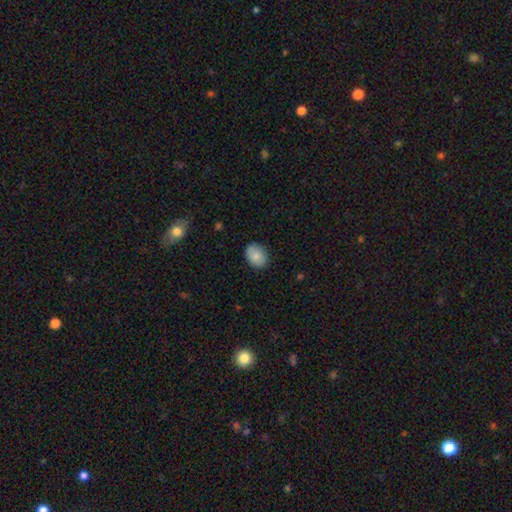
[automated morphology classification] smooth-or-featured: smooth: 86% | featured or disk: 7% | star or artifact: 7%
  how-rounded: in between: 73% | round: 26% | cigar-shaped: 1%
  merging: none: 85% | minor disturbance: 12% | major disturbance: 2% | merger: 1%